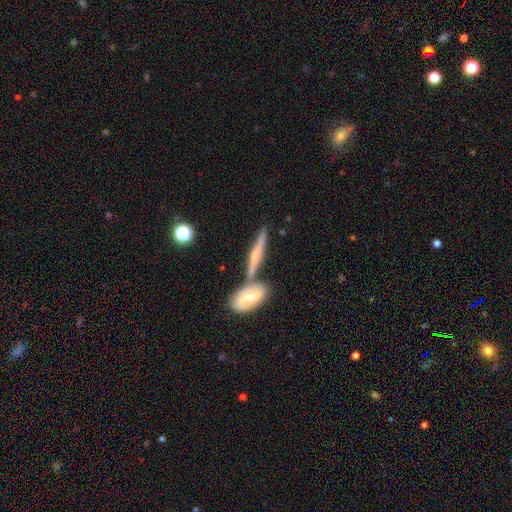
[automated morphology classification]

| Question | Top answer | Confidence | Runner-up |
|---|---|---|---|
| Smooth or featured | featured or disk | 64% | smooth (29%) |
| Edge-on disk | yes | 92% | no (8%) |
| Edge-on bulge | rounded | 72% | none (16%) |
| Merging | none | 63% | merger (22%) |